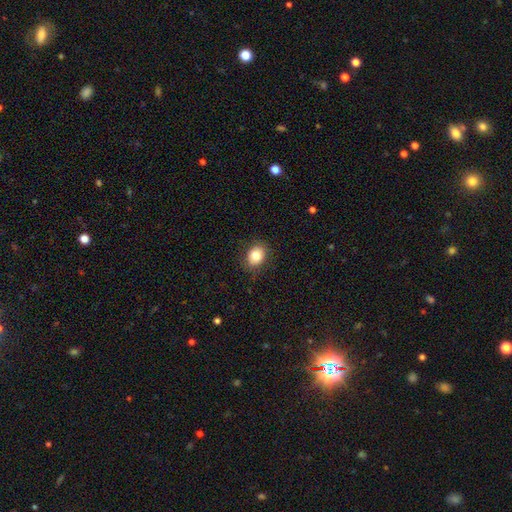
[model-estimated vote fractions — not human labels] smooth-or-featured: smooth: 82% | star or artifact: 9% | featured or disk: 8%
  how-rounded: in between: 53% | round: 46% | cigar-shaped: 1%
  merging: none: 86% | minor disturbance: 10% | major disturbance: 3% | merger: 1%